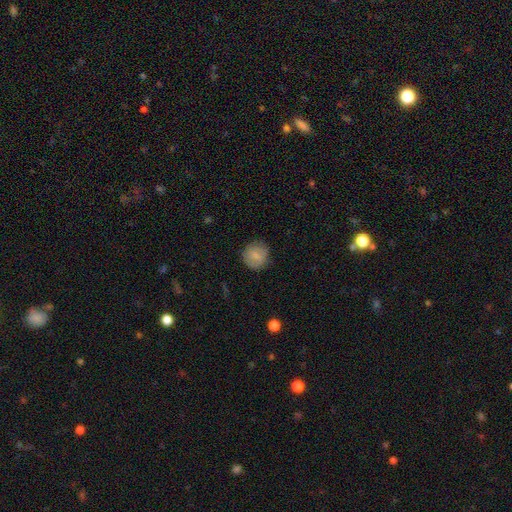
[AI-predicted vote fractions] The model was most divided on "smooth or featured": smooth: 80%, featured or disk: 12%, star or artifact: 8%. More confident: how rounded — round (90%); merging — none (85%).